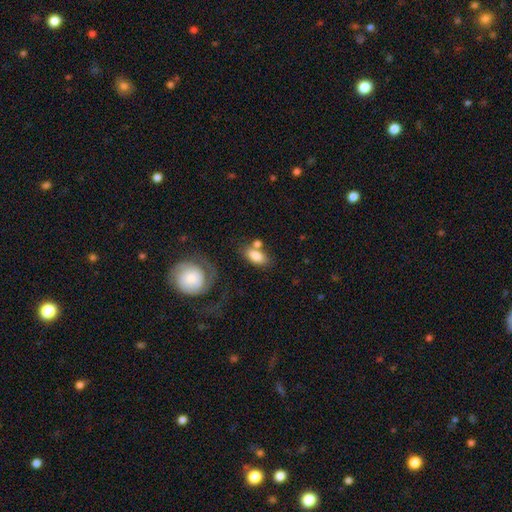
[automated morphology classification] Smooth or featured? smooth (81%)
How rounded? in between (88%)
Merging? none (54%)